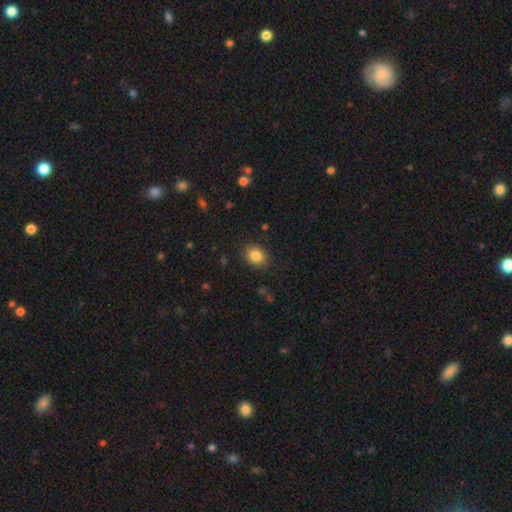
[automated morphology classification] The model was most divided on "how rounded": in between: 51%, round: 48%, cigar-shaped: 1%. More confident: merging — none (86%); smooth or featured — smooth (85%).